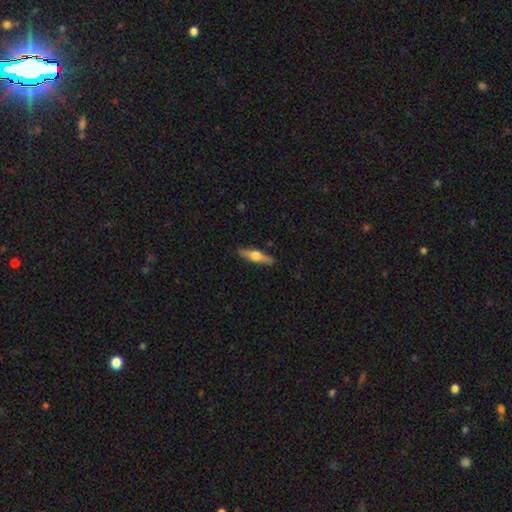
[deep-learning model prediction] Q: Smooth or featured?
A: featured or disk (58%); runner-up: smooth (36%)
Q: Edge-on disk?
A: yes (95%); runner-up: no (5%)
Q: Edge-on bulge?
A: rounded (92%); runner-up: boxy (5%)
Q: Merging?
A: none (89%); runner-up: minor disturbance (8%)